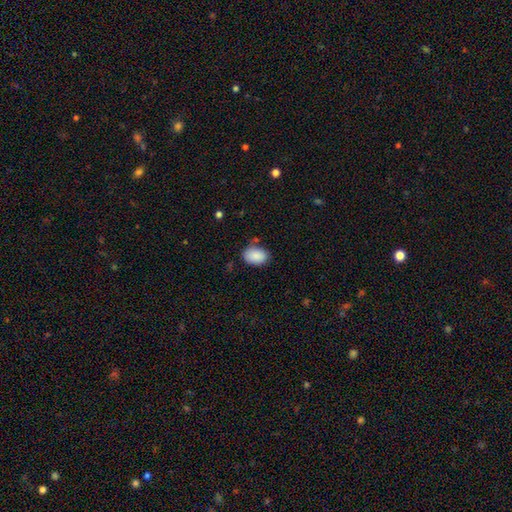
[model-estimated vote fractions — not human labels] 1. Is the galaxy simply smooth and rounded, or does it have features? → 89% smooth, 7% star or artifact, 4% featured or disk.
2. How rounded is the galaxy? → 86% in between, 13% round, 1% cigar-shaped.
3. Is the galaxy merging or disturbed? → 75% none, 18% minor disturbance, 4% major disturbance, 3% merger.